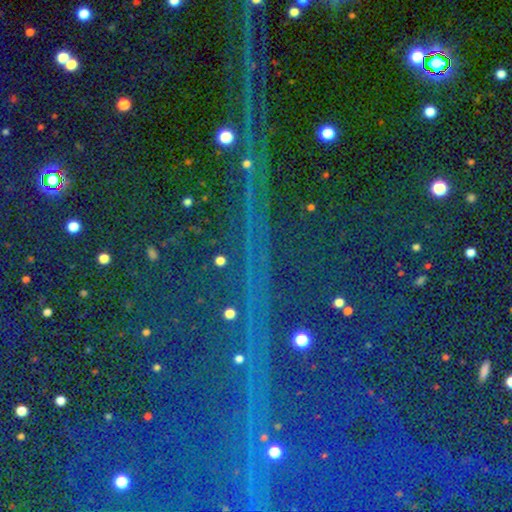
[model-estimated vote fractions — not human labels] A star or artifact, not a galaxy (86%).

Vote fractions:
- Smooth or featured? star or artifact: 86% / featured or disk: 7% / smooth: 7%